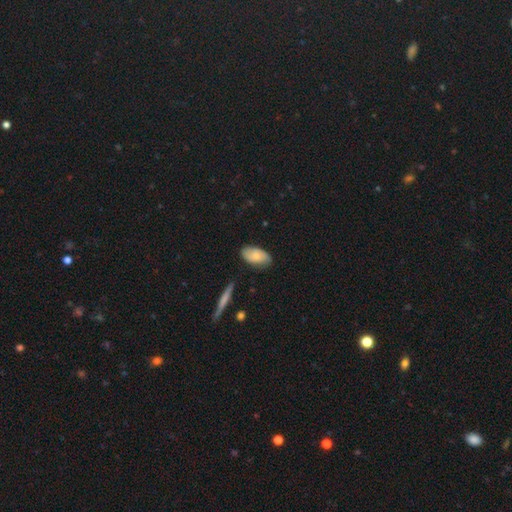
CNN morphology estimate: Smooth or featured?
  - smooth: 67% *
  - featured or disk: 27%
  - star or artifact: 7%
How rounded?
  - in between: 93% *
  - cigar-shaped: 4%
  - round: 3%
Merging?
  - none: 78% *
  - minor disturbance: 18%
  - major disturbance: 3%
  - merger: 2%